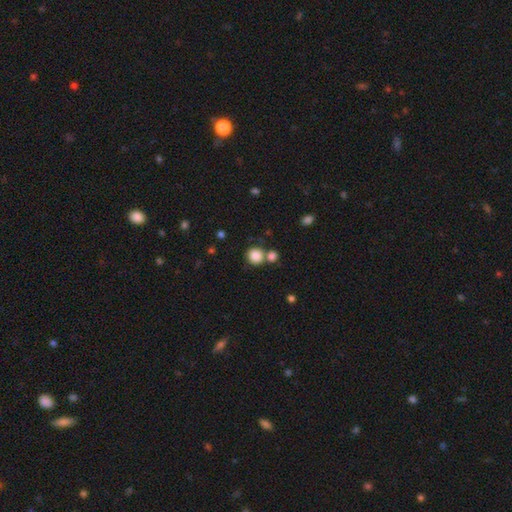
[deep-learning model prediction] The model was most divided on "merging": none: 63%, merger: 24%, minor disturbance: 9%, major disturbance: 4%. More confident: how rounded — round (88%); smooth or featured — smooth (85%).